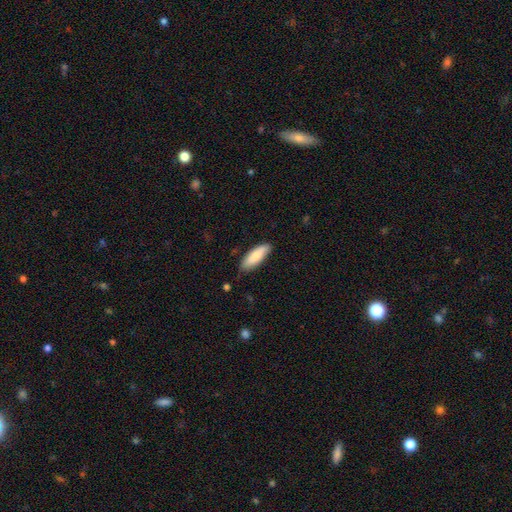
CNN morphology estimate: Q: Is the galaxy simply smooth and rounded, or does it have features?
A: smooth — 83%.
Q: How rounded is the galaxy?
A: in between — 61%.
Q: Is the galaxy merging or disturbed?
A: none — 82%.